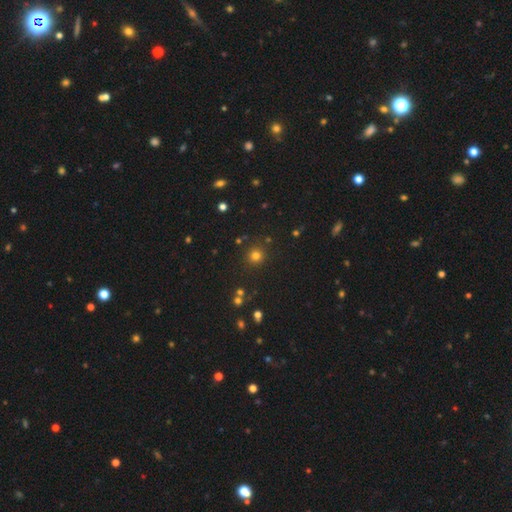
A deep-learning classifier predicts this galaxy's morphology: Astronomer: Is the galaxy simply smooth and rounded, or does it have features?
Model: smooth — 75%.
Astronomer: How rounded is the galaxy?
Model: round — 93%.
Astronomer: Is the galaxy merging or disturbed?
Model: none — 87%.